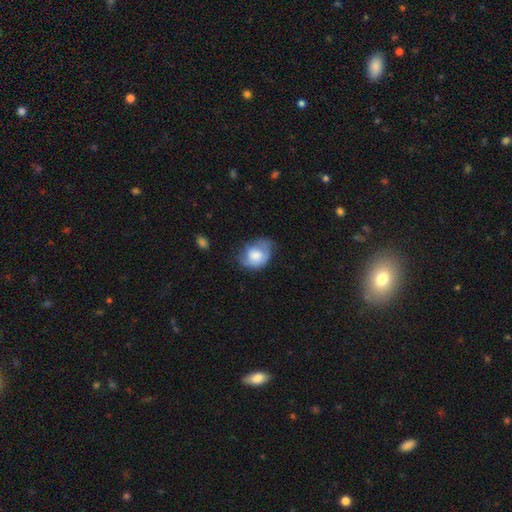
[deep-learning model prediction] This appears to be a smooth galaxy with no disk features (66%) that is in between round and cigar-shaped (55%). Merging: minor disturbance (39%).